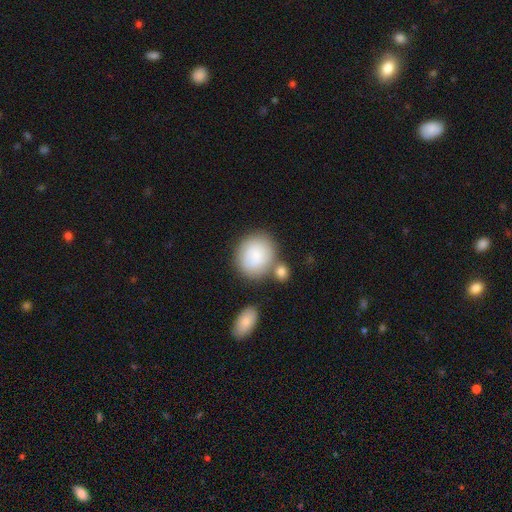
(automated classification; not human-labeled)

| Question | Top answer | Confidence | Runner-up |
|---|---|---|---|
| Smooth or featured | smooth | 81% | featured or disk (13%) |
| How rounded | round | 74% | in between (25%) |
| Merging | none | 62% | merger (17%) |